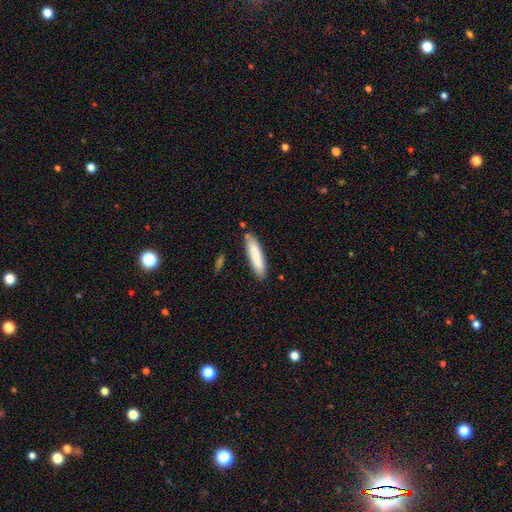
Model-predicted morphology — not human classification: A smooth galaxy with no disk features (84%) that is cigar-shaped (77%).

Vote fractions:
- Smooth or featured? smooth: 84% / featured or disk: 11% / star or artifact: 6%
- How rounded? cigar-shaped: 77% / in between: 22% / round: 1%
- Merging? none: 80% / minor disturbance: 13% / merger: 4% / major disturbance: 2%